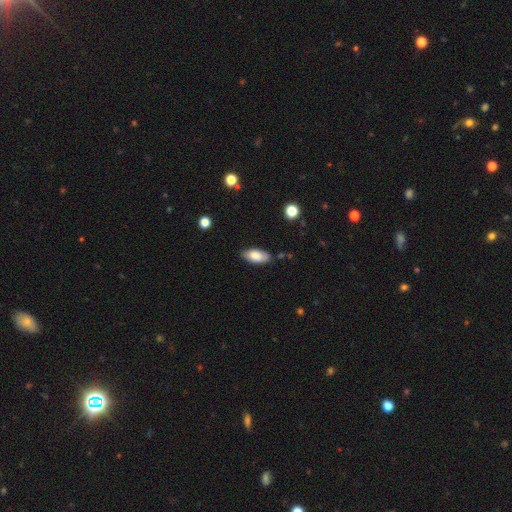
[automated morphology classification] Smooth or featured: smooth — 82% (featured or disk — 11%)
How rounded: in between — 90% (cigar-shaped — 8%)
Merging: none — 81% (minor disturbance — 15%)